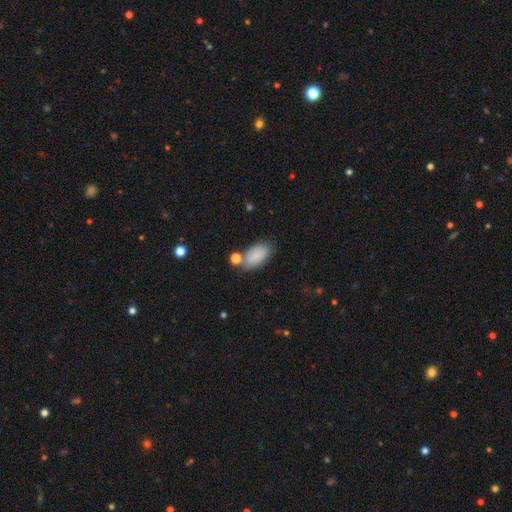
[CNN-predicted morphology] Smooth or featured?
  - smooth: 83% *
  - featured or disk: 10%
  - star or artifact: 7%
How rounded?
  - in between: 93% *
  - round: 4%
  - cigar-shaped: 3%
Merging?
  - none: 68% *
  - minor disturbance: 16%
  - merger: 12%
  - major disturbance: 4%